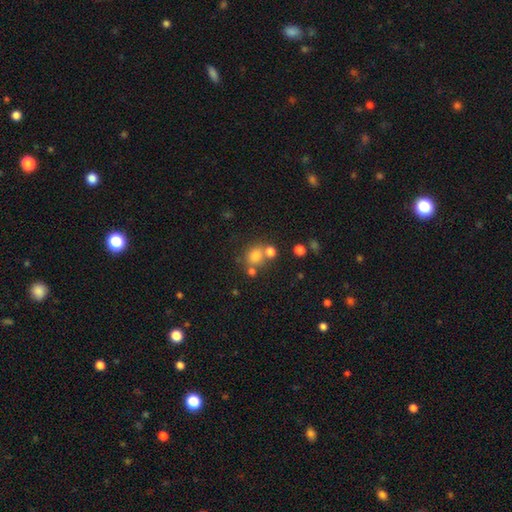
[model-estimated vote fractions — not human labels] smooth_or_featured: smooth (p=0.75) [alt: star or artifact p=0.15]
how_rounded: round (p=0.78) [alt: in between p=0.21]
merging: none (p=0.57) [alt: merger p=0.29]